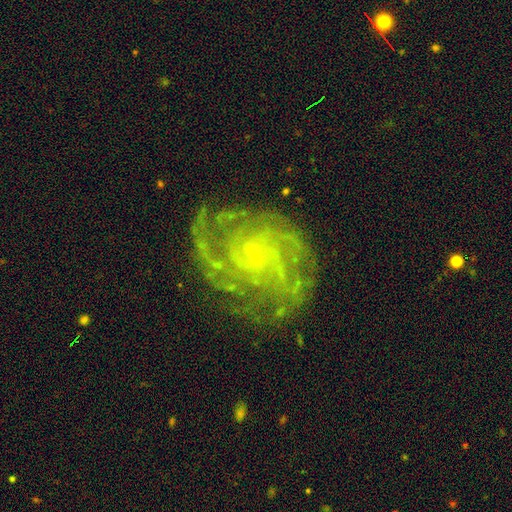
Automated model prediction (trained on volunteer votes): The model was most divided on "spiral arm count": 4: 25%, can't tell: 23%, 3: 16%, more than 4: 15%, 2: 14%, 1: 8%. Remaining: edge-on disk — no (98%); spiral arms — yes (97%); smooth or featured — featured or disk (89%); bulge size — small (81%); merging — none (72%); spiral winding — tight (56%); bar — weak (48%).